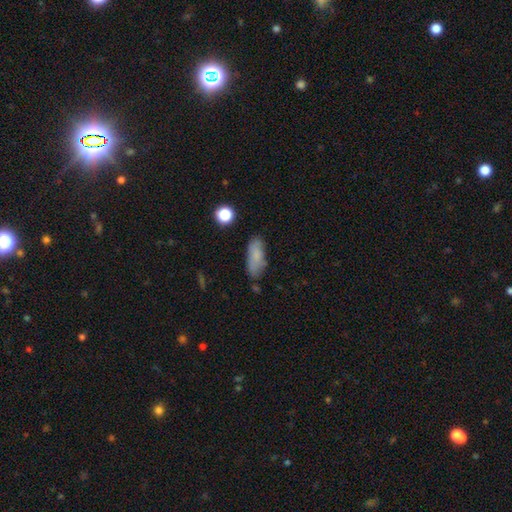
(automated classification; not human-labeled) This is likely a smooth galaxy (77%). How rounded: likely in between (75%). Merging: likely none (71%).